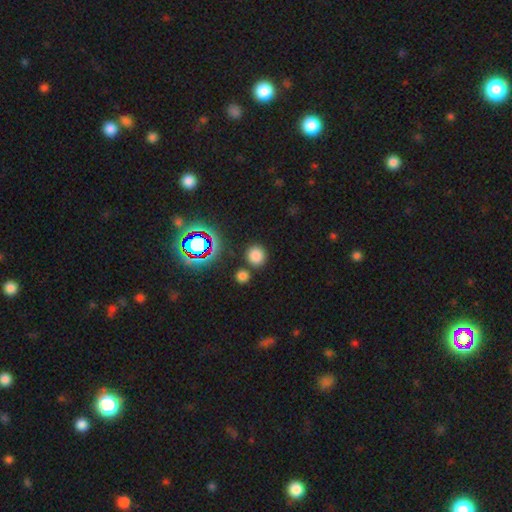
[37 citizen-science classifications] Morphology: type=smooth (86%); roundness=round (94%); merging=none (83%).